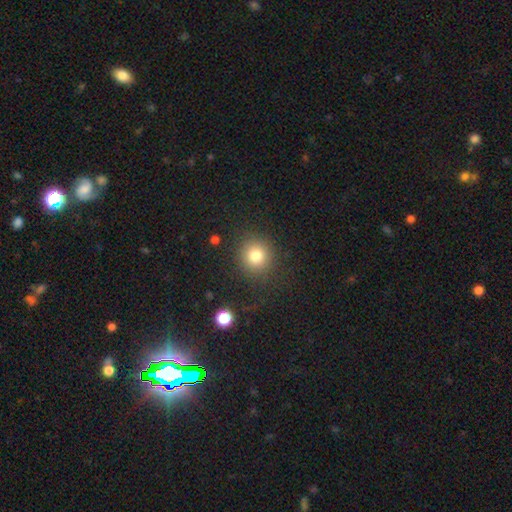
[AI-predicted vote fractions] Q: Smooth or featured?
A: smooth (81%); runner-up: star or artifact (12%)
Q: How rounded?
A: round (91%); runner-up: in between (8%)
Q: Merging?
A: none (87%); runner-up: minor disturbance (8%)